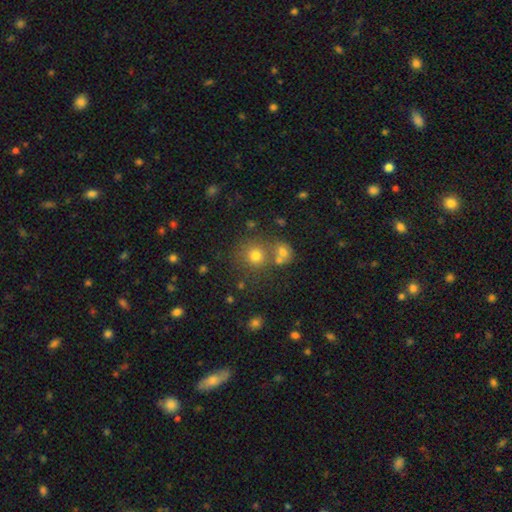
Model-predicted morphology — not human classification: This is likely a smooth galaxy (73%). How rounded: clearly round (89%). Merging: likely none (65%).